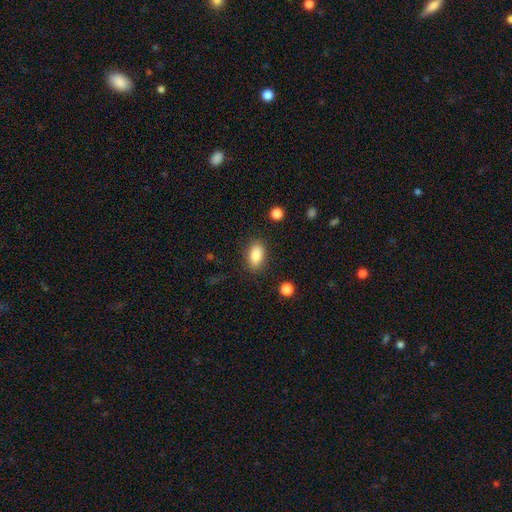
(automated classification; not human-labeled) Q: Smooth or featured?
A: smooth (85%); runner-up: star or artifact (8%)
Q: How rounded?
A: in between (89%); runner-up: round (7%)
Q: Merging?
A: none (85%); runner-up: minor disturbance (10%)